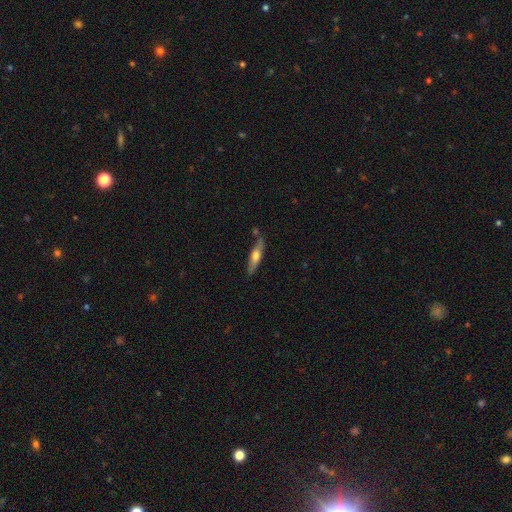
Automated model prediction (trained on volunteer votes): smooth_or_featured: smooth (p=0.49) [alt: featured or disk p=0.45]
merging: none (p=0.77) [alt: minor disturbance p=0.15]